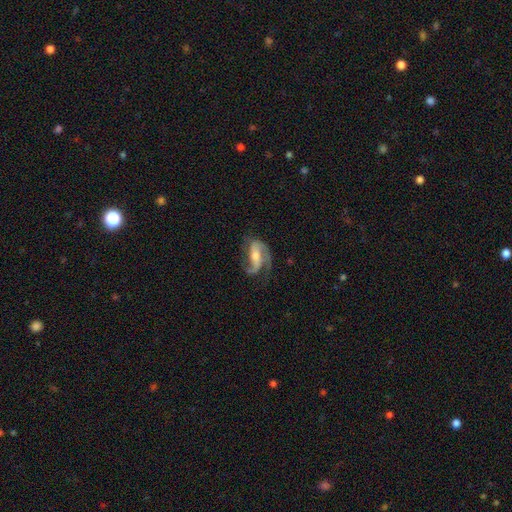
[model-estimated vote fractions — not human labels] Morphology: type=featured or disk (86%); edge-on=no (96%); bar=weak (36%, tied with strong); spiral arms=yes (96%); winding=medium (50%); arm count=2 (79%); bulge=moderate (55%); merging=none (60%).